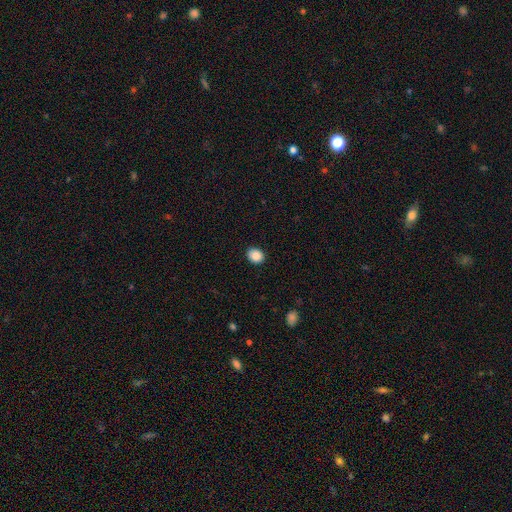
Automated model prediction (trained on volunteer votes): Overall: smooth (88%). How rounded: round (55%; in between 44%). Merging: none (90%).